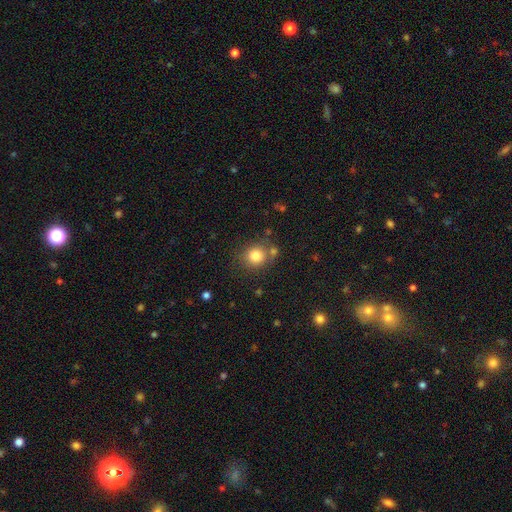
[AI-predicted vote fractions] A smooth galaxy with no disk features (81%) that is round (84%).

Vote fractions:
- Smooth or featured? smooth: 81% / star or artifact: 12% / featured or disk: 8%
- How rounded? round: 84% / in between: 15% / cigar-shaped: 1%
- Merging? none: 73% / minor disturbance: 12% / merger: 11% / major disturbance: 4%